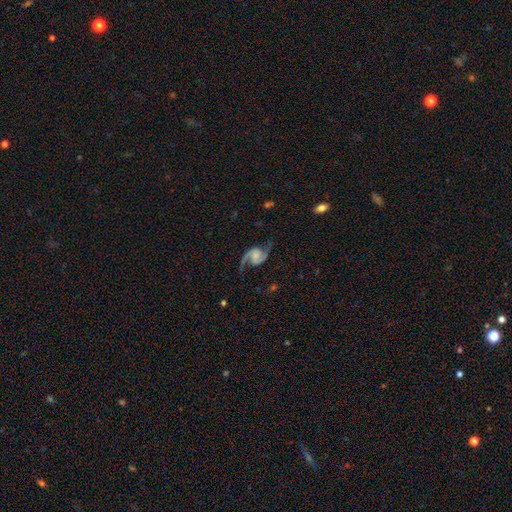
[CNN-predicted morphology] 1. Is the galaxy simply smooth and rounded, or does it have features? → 90% featured or disk, 5% star or artifact, 5% smooth.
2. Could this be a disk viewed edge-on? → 98% no, 2% yes.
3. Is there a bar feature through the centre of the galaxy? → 53% no, 35% weak, 12% strong.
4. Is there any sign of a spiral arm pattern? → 98% yes, 2% no.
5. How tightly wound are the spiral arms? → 55% loose, 38% medium, 7% tight.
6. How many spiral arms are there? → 94% 2, 2% 1, 1% can't tell, 1% 3, 1% 4, 1% more than 4.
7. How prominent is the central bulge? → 44% none, 28% small, 17% moderate, 8% large, 2% dominant.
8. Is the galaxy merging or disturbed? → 77% none, 14% minor disturbance, 7% major disturbance, 2% merger.